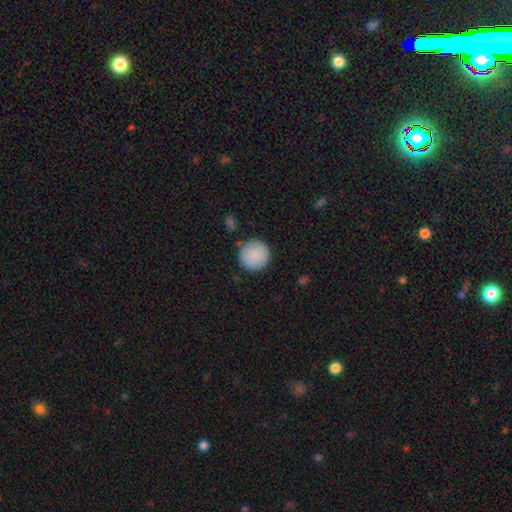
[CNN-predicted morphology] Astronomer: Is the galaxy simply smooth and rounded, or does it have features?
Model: smooth — 88%.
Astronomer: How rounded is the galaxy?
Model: round — 96%.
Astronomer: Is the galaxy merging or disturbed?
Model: none — 86%.